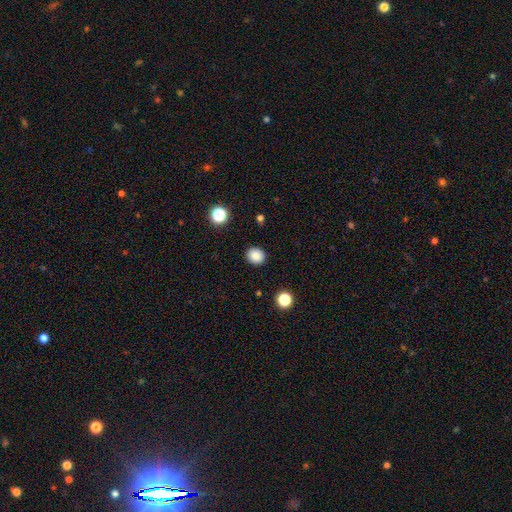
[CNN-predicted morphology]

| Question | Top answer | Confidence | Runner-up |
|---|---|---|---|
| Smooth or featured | smooth | 86% | star or artifact (10%) |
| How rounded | round | 70% | in between (29%) |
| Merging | none | 90% | minor disturbance (7%) |